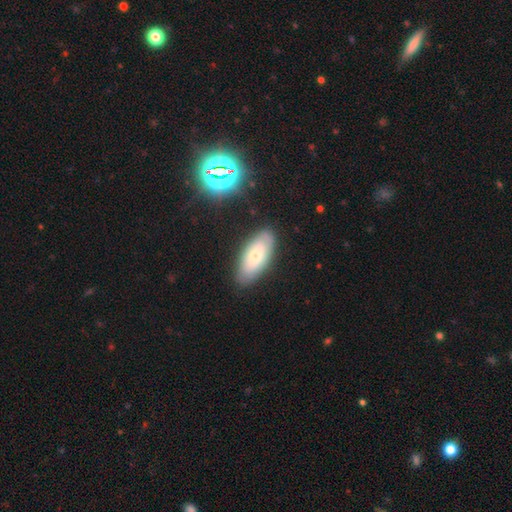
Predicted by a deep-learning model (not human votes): Morphology: type=smooth (62%); roundness=in between (87%); merging=none (83%).